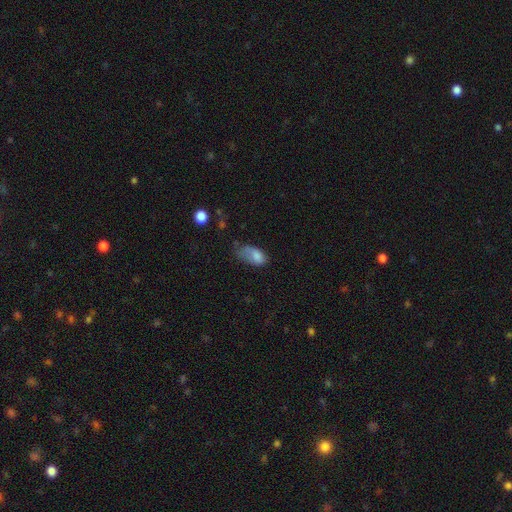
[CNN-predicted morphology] smooth_or_featured: smooth (p=0.76) [alt: featured or disk p=0.15]
how_rounded: in between (p=0.91) [alt: round p=0.06]
merging: minor disturbance (p=0.37) [alt: major disturbance p=0.36]